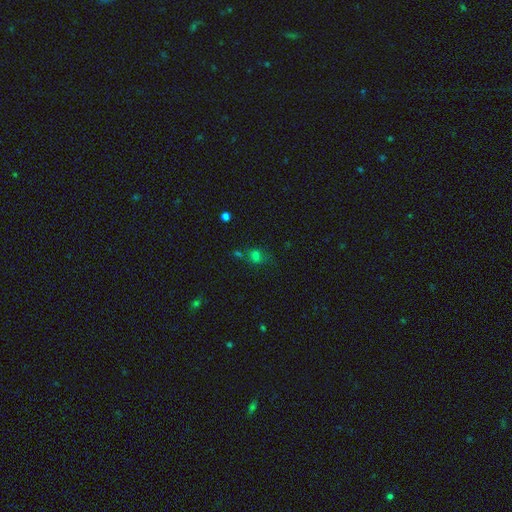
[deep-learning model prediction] Smooth or featured? smooth (58%)
How rounded? in between (54%)
Merging? none (51%)